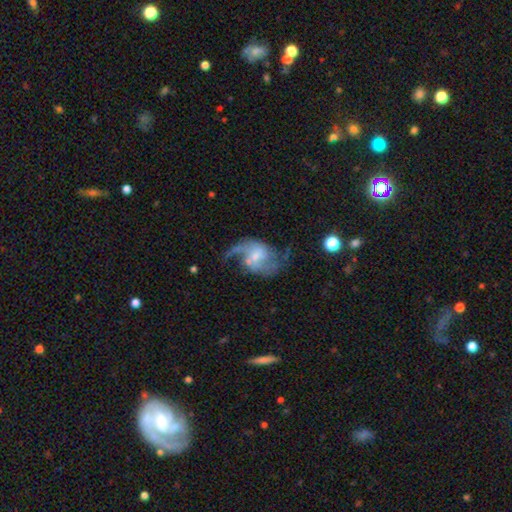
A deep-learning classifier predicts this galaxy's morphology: Smooth or featured? Predicted: featured or disk (p=0.85). Edge-on disk? Predicted: no (p=0.98). Bar? Predicted: weak (p=0.49). Spiral arms? Predicted: yes (p=0.94). Spiral winding? Predicted: loose (p=0.58). Spiral arm count? Predicted: 2 (p=0.87). Bulge size? Predicted: small (p=0.42). Merging? Predicted: none (p=0.55).